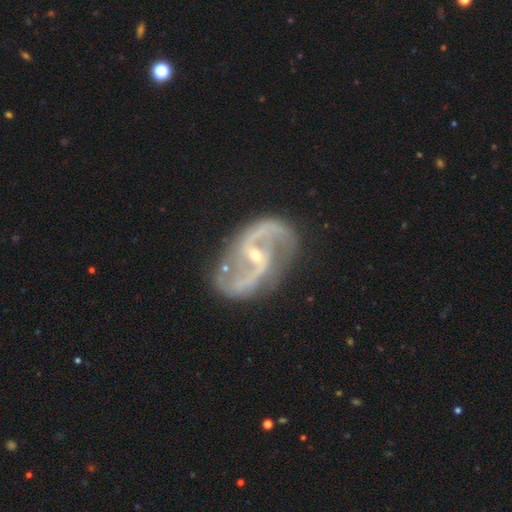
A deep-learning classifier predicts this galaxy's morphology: smooth-or-featured: featured or disk: 92% | star or artifact: 5% | smooth: 3%
  disk-edge-on: no: 98% | yes: 2%
    bar: weak: 40% | strong: 33% | no: 28%
    has-spiral-arms: yes: 97% | no: 3%
      spiral-winding: medium: 46% | loose: 43% | tight: 11%
      spiral-arm-count: 2: 93% | can't tell: 2% | 3: 1% | 1: 1% | 4: 1% | more than 4: 1%
    bulge-size: small: 68% | moderate: 29% | large: 1% | none: 1% | dominant: 1%
  merging: none: 75% | minor disturbance: 16% | major disturbance: 7% | merger: 2%